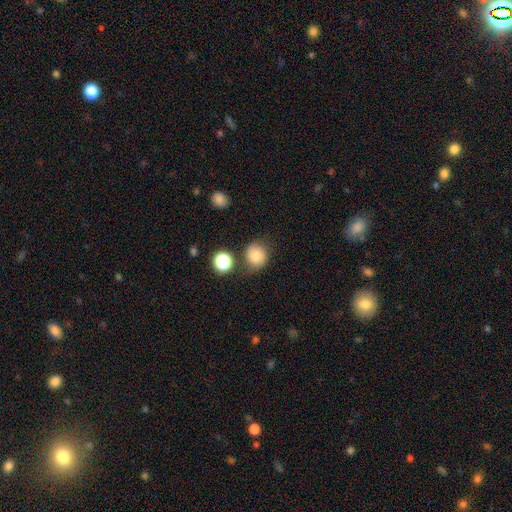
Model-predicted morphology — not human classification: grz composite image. It shows a smooth galaxy with no disk features (80%) that is round (82%). Merging: none (73%).